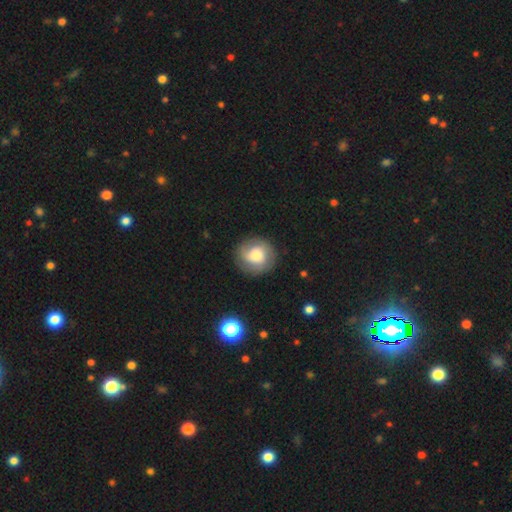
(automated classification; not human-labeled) smooth 56%, featured or disk 36%, star or artifact 8%. Down the decision tree: how rounded — round (90%); merging — none (84%).